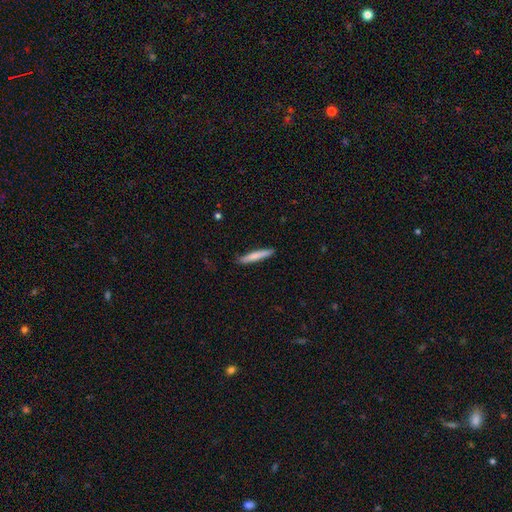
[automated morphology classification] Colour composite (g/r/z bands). It shows a smooth galaxy with no disk features (73%) that is cigar-shaped (94%). Merging: none (89%).